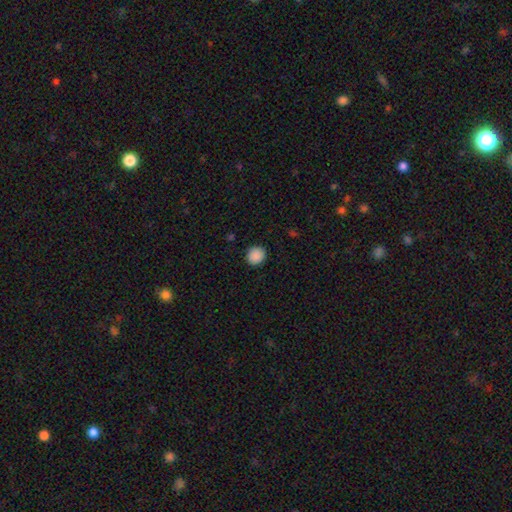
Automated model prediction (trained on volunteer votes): Smooth or featured? smooth (89%)
How rounded? round (87%)
Merging? none (90%)